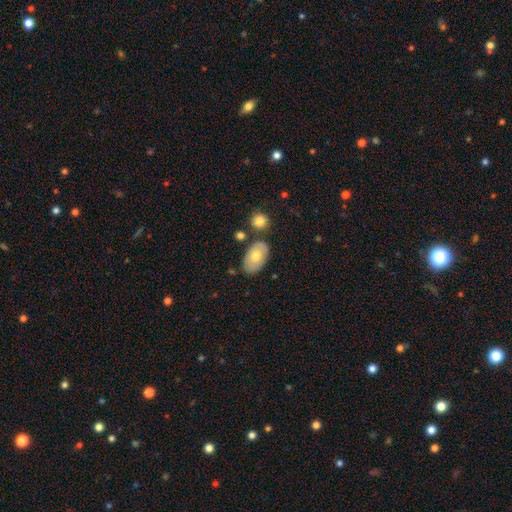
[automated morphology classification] smooth-or-featured: smooth: 69% | featured or disk: 25% | star or artifact: 6%
  how-rounded: in between: 92% | round: 6% | cigar-shaped: 1%
  merging: none: 70% | minor disturbance: 18% | merger: 8% | major disturbance: 4%